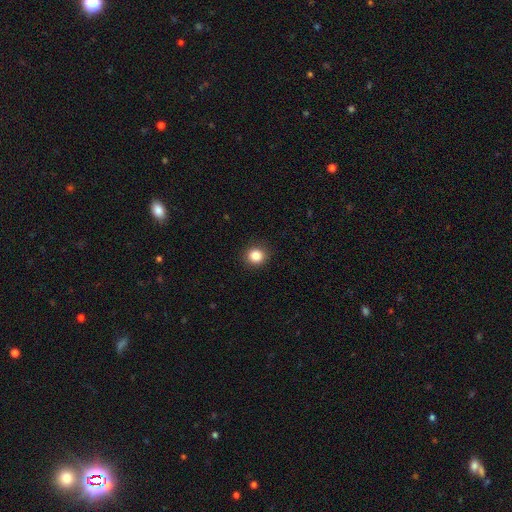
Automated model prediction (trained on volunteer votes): Morphology: type=smooth (85%); roundness=round (86%); merging=none (90%).